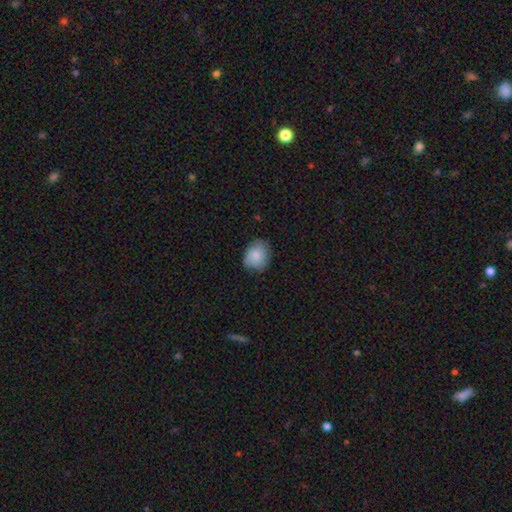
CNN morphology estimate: The model was most divided on "how rounded": round: 54%, in between: 45%, cigar-shaped: 1%. More confident: smooth or featured — smooth (76%); merging — none (69%).